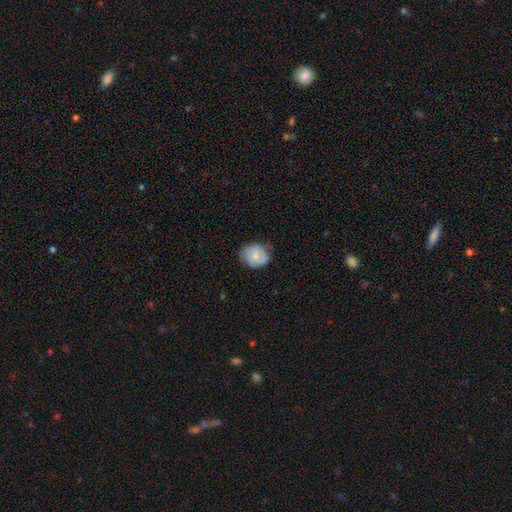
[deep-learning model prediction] Smooth or featured? Predicted: smooth (p=0.72). How rounded? Predicted: round (p=0.67). Merging? Predicted: none (p=0.74).